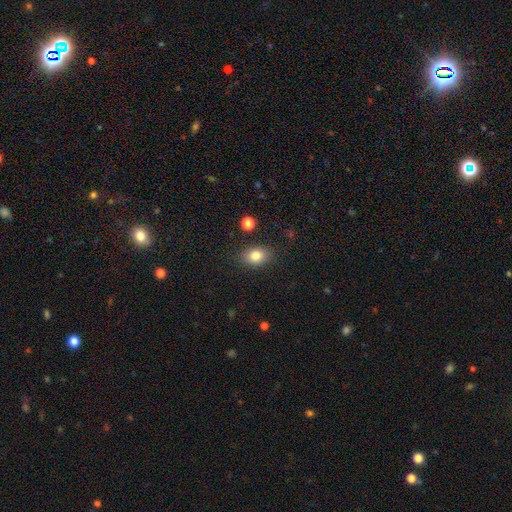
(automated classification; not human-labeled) Overall: smooth (82%). How rounded: in between (73%). Merging: none (85%).